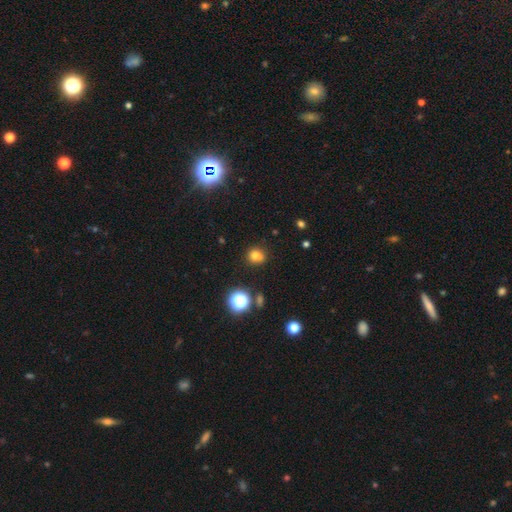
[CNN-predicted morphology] A smooth galaxy with no disk features (77%) that is round (59%). Merging: none (77%).